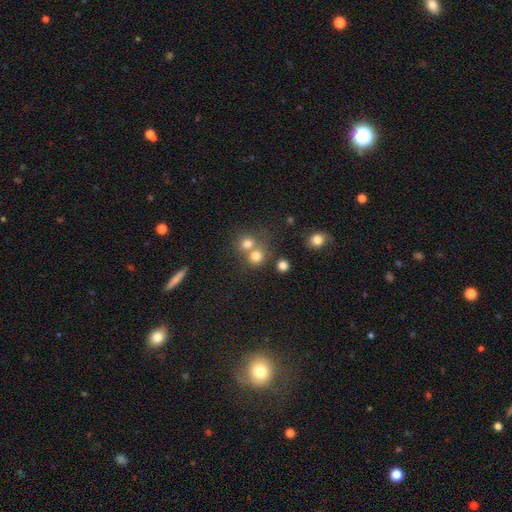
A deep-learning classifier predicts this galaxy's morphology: Q: Smooth or featured?
A: smooth (75%); runner-up: star or artifact (15%)
Q: How rounded?
A: round (85%); runner-up: in between (14%)
Q: Merging?
A: none (47%); runner-up: merger (44%)